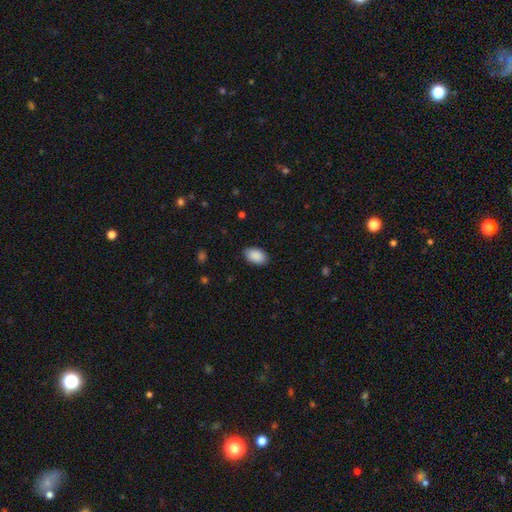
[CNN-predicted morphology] smooth_or_featured: smooth (p=0.90) [alt: star or artifact p=0.07]
how_rounded: in between (p=0.93) [alt: round p=0.06]
merging: none (p=0.87) [alt: minor disturbance p=0.10]